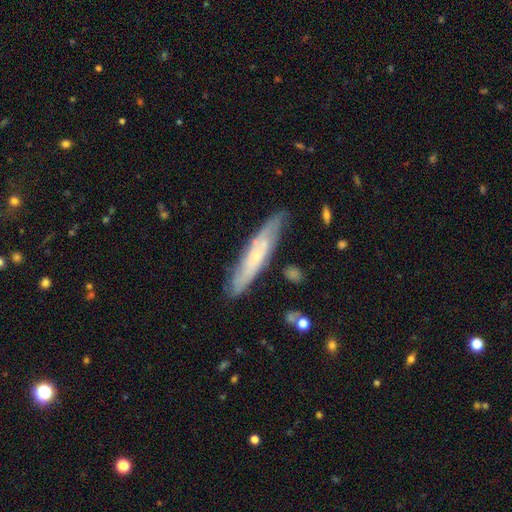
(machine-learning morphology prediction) A featured or disk galaxy (58%) viewed edge-on (55%). Merging: none (78%).